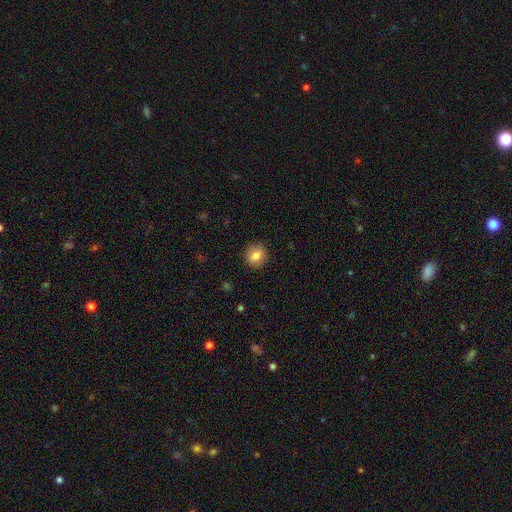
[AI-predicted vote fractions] The model was most divided on "how rounded": round: 83%, in between: 16%, cigar-shaped: 1%. More confident: merging — none (90%); smooth or featured — smooth (81%).